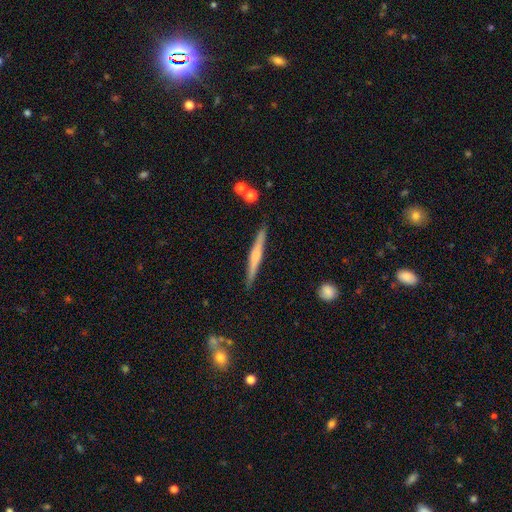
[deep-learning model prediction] The model was most divided on "edge-on bulge": rounded: 50%, none: 33%, boxy: 16%. More confident: edge-on disk — yes (97%); merging — none (89%); smooth or featured — featured or disk (56%).